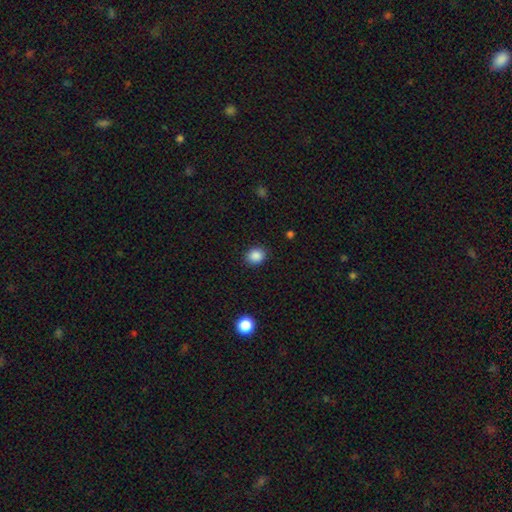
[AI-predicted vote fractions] Smooth or featured?
  - smooth: 87% *
  - star or artifact: 10%
  - featured or disk: 3%
How rounded?
  - round: 69% *
  - in between: 30%
  - cigar-shaped: 1%
Merging?
  - none: 88% *
  - minor disturbance: 8%
  - major disturbance: 3%
  - merger: 1%